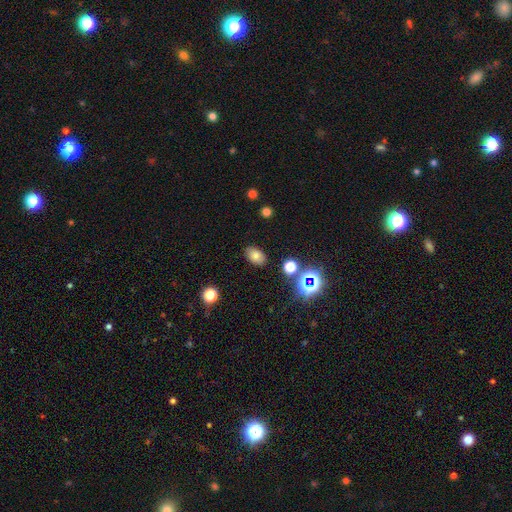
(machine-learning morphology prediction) Smooth or featured?
  - smooth: 74% *
  - star or artifact: 16%
  - featured or disk: 10%
How rounded?
  - in between: 86% *
  - round: 12%
  - cigar-shaped: 1%
Merging?
  - none: 86% *
  - minor disturbance: 10%
  - major disturbance: 3%
  - merger: 2%